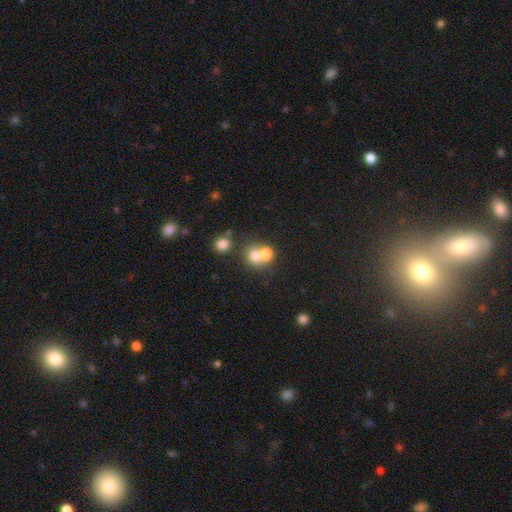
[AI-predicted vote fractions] smooth_or_featured: smooth (p=0.72) [alt: featured or disk p=0.14]
how_rounded: round (p=0.76) [alt: in between p=0.23]
merging: merger (p=0.53) [alt: none p=0.37]